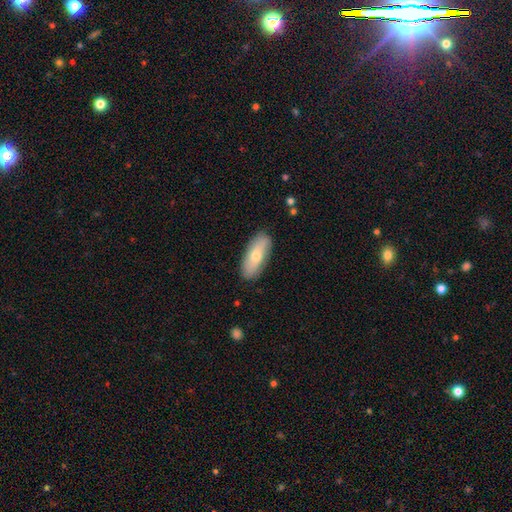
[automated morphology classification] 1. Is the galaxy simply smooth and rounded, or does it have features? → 63% smooth, 30% featured or disk, 6% star or artifact.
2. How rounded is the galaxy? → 76% in between, 22% cigar-shaped, 3% round.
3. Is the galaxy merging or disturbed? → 86% none, 11% minor disturbance, 2% major disturbance, 1% merger.